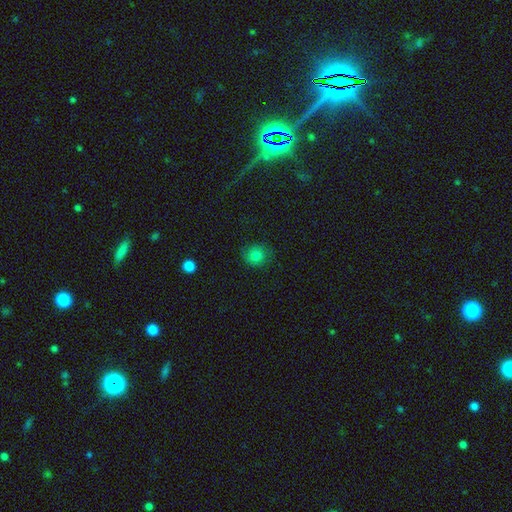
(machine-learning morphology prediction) smooth-or-featured: smooth: 81% | star or artifact: 12% | featured or disk: 7%
  how-rounded: round: 86% | in between: 13% | cigar-shaped: 1%
  merging: none: 81% | minor disturbance: 14% | major disturbance: 4% | merger: 1%